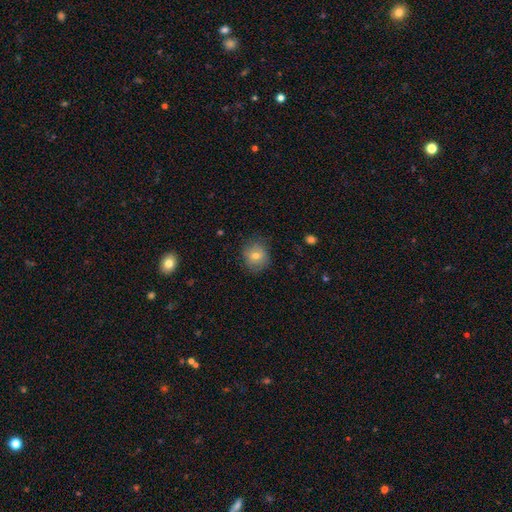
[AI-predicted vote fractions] This is likely a smooth galaxy (71%). How rounded: clearly round (81%). Merging: likely none (80%).